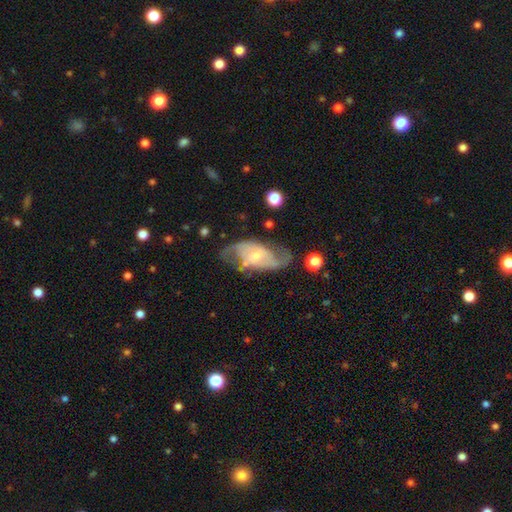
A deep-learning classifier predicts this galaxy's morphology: A featured or disk galaxy (80%) with no bar (49%), 2 (83%) medium (45%) spiral arms (90%) and a small central bulge (50%). Merging: none (59%).